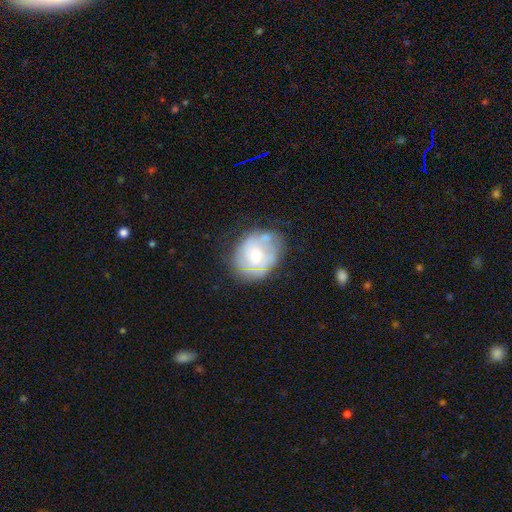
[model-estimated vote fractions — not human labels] A featured or disk galaxy (70%) with no bar (73%), tight (67%) spiral arms (78%) and a moderate central bulge (53%). Merging: none (66%).